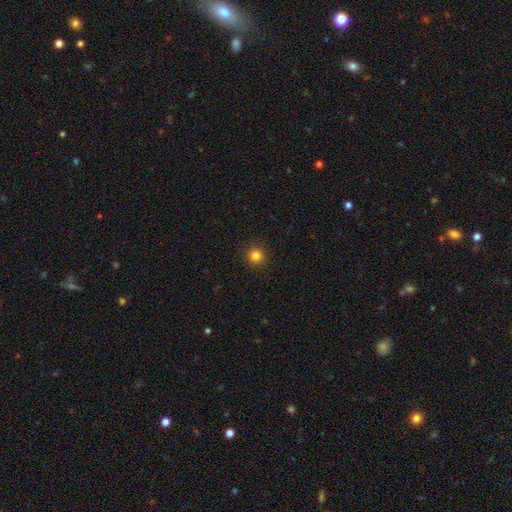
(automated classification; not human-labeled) Smooth or featured: smooth — 83% (star or artifact — 13%)
How rounded: round — 95% (in between — 4%)
Merging: none — 92% (minor disturbance — 5%)